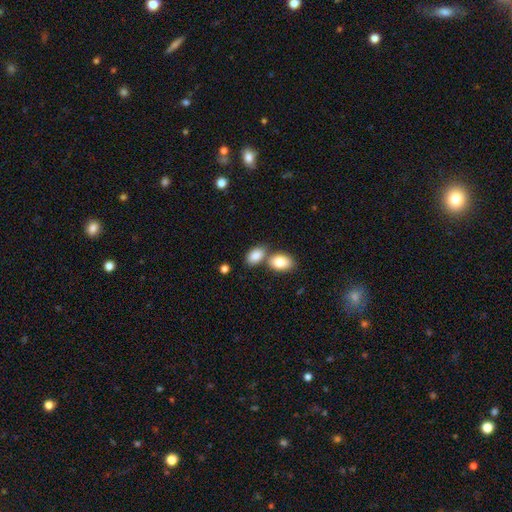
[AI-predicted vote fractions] This is clearly a smooth galaxy (85%). How rounded: clearly in between (88%). Merging: possibly none (47%).